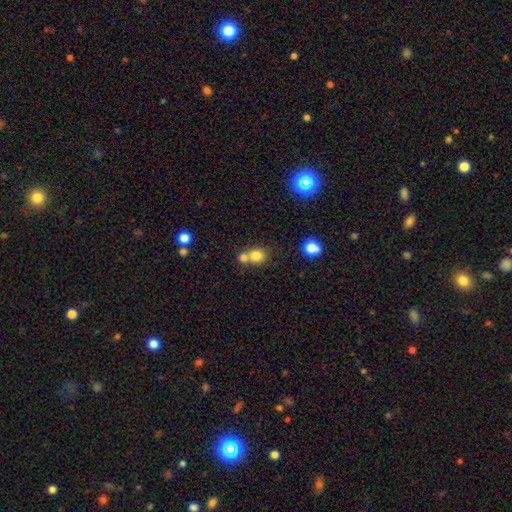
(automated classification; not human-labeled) smooth_or_featured: smooth (p=0.78) [alt: star or artifact p=0.12]
how_rounded: round (p=0.73) [alt: in between p=0.26]
merging: none (p=0.45) [alt: merger p=0.44]